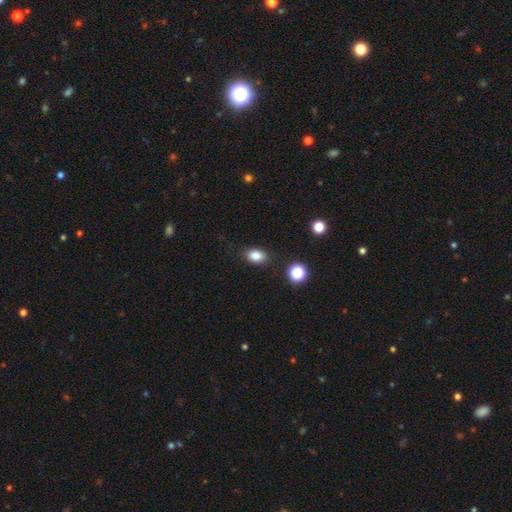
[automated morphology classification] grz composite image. It shows a smooth galaxy with no disk features (83%) that is in between round and cigar-shaped (77%). Merging: none (85%).